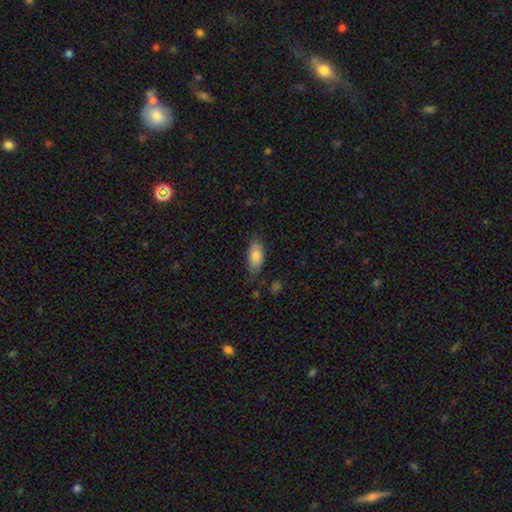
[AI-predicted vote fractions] Morphology: type=smooth (83%); roundness=in between (89%); merging=none (71%).